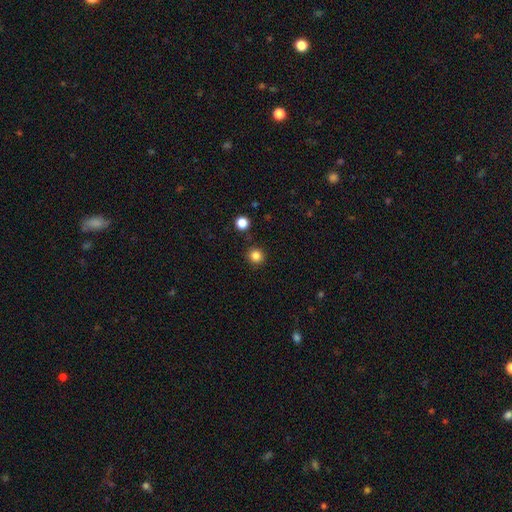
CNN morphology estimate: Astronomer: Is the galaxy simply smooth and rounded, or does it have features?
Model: smooth — 84%.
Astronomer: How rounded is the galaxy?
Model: round — 93%.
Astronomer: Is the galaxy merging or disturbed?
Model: none — 89%.